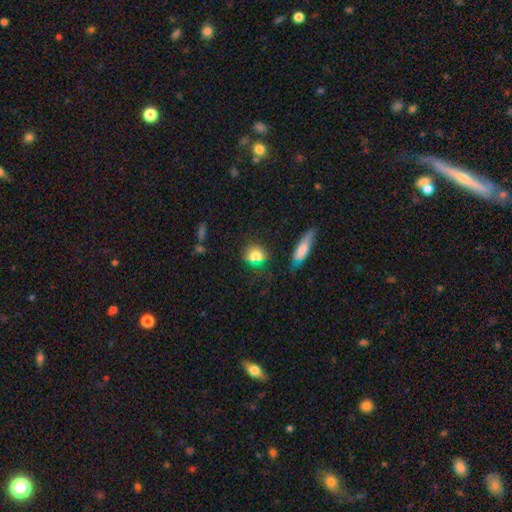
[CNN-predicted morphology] smooth_or_featured: smooth (p=0.78) [alt: star or artifact p=0.13]
how_rounded: round (p=0.65) [alt: in between p=0.31]
merging: none (p=0.74) [alt: minor disturbance p=0.15]